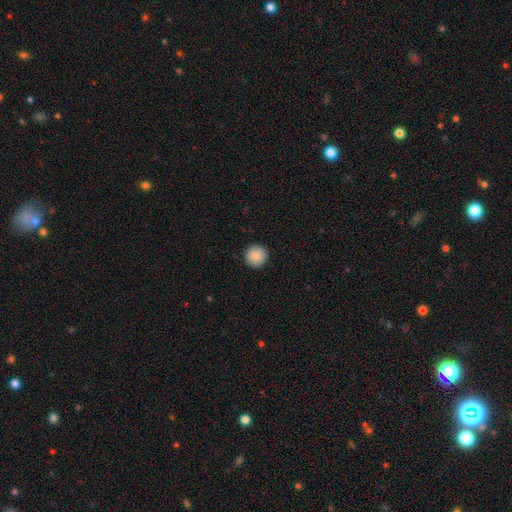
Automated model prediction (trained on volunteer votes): A smooth galaxy with no disk features (88%) that is round (96%).

Vote fractions:
- Smooth or featured? smooth: 88% / star or artifact: 8% / featured or disk: 4%
- How rounded? round: 96% / in between: 3% / cigar-shaped: 1%
- Merging? none: 93% / minor disturbance: 5% / major disturbance: 1% / merger: 1%